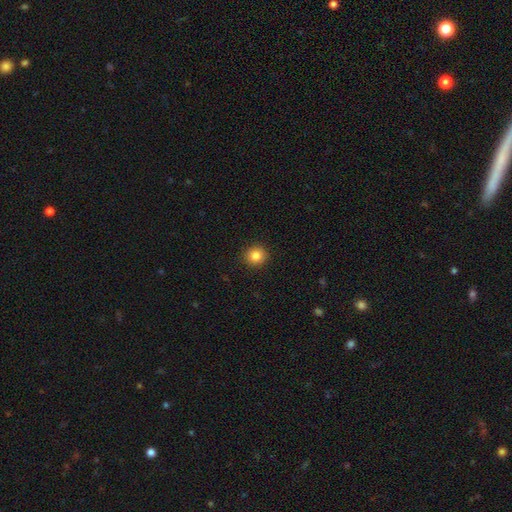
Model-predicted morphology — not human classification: Smooth or featured: smooth — 84% (star or artifact — 11%)
How rounded: round — 90% (in between — 9%)
Merging: none — 92% (minor disturbance — 5%)